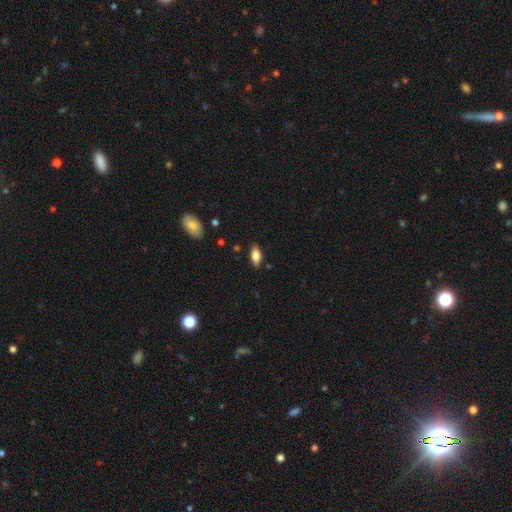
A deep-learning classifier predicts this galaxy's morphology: smooth 68%, featured or disk 25%, star or artifact 7%. Down the decision tree: how rounded — in between (79%); merging — none (86%).